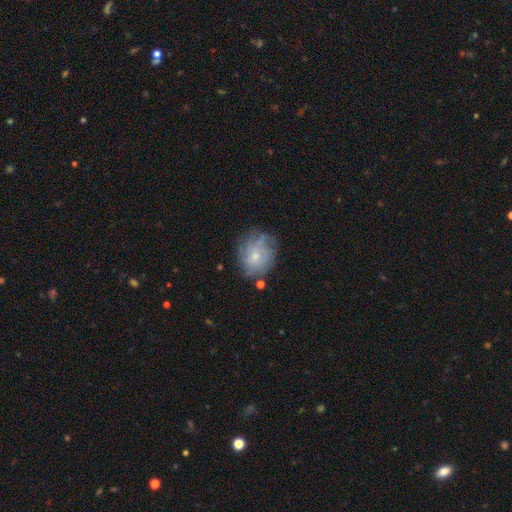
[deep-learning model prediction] Smooth or featured?
  - featured or disk: 48% *
  - smooth: 42%
  - star or artifact: 10%
Merging?
  - none: 65% *
  - minor disturbance: 22%
  - major disturbance: 10%
  - merger: 3%